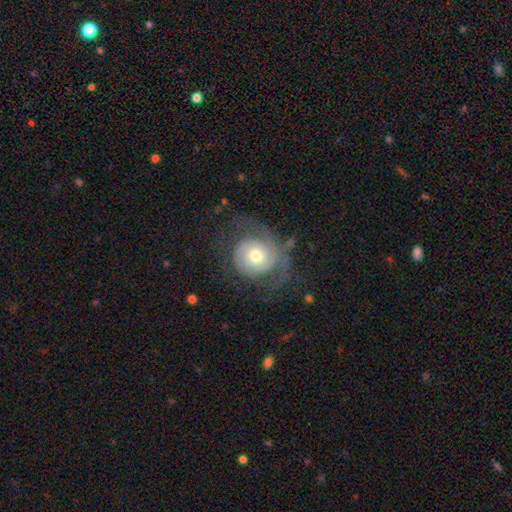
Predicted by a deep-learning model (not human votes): This appears to be a featured or disk galaxy (74%) with no bar (79%), 2 (57%) tight (53%) spiral arms (90%) and a moderate central bulge (68%). Merging: none (59%).